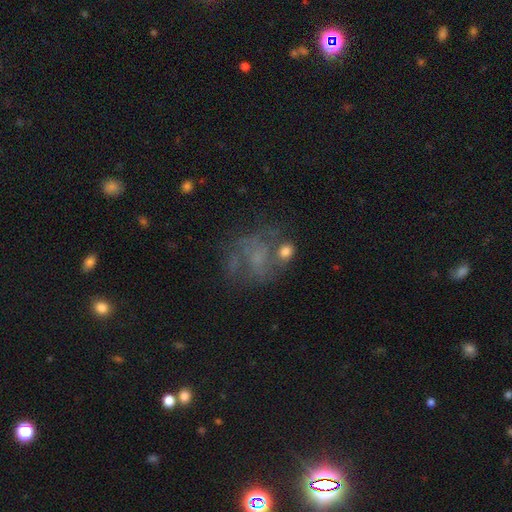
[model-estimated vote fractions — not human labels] Smooth or featured? Predicted: featured or disk (p=0.52). Edge-on disk? Predicted: no (p=0.98). Bar? Predicted: no (p=0.74). Spiral arms? Predicted: no (p=0.52). Bulge size? Predicted: none (p=0.51). Merging? Predicted: none (p=0.46).